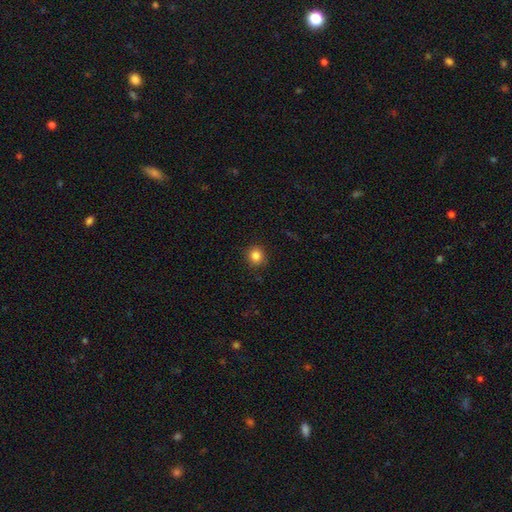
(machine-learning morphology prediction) smooth_or_featured: smooth (p=0.83) [alt: star or artifact p=0.11]
how_rounded: round (p=0.91) [alt: in between p=0.08]
merging: none (p=0.90) [alt: minor disturbance p=0.07]